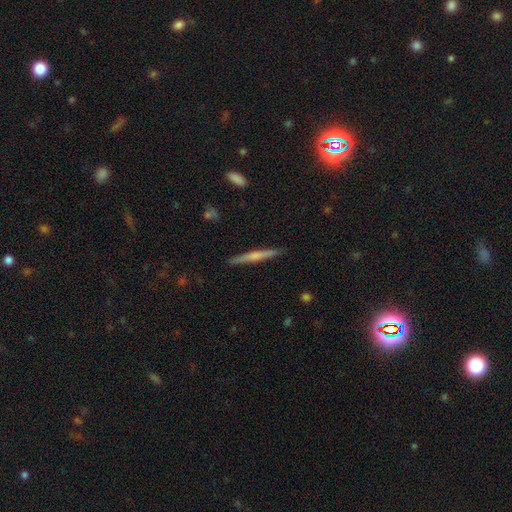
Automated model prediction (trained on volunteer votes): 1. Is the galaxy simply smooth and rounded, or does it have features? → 48% featured or disk, 46% smooth, 5% star or artifact.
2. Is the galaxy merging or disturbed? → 90% none, 7% minor disturbance, 1% major disturbance, 1% merger.